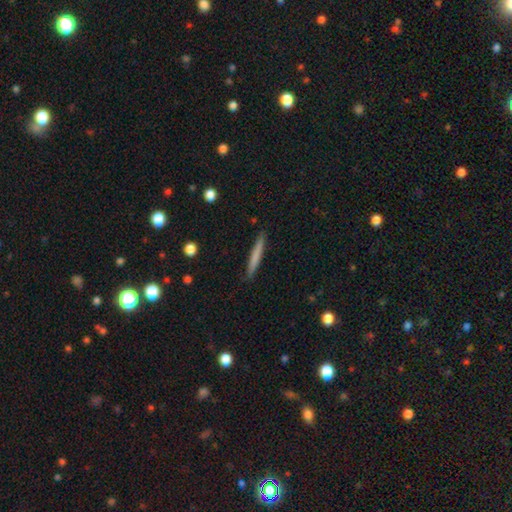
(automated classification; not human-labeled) Overall: smooth (70%). How rounded: cigar-shaped (96%). Merging: none (90%).